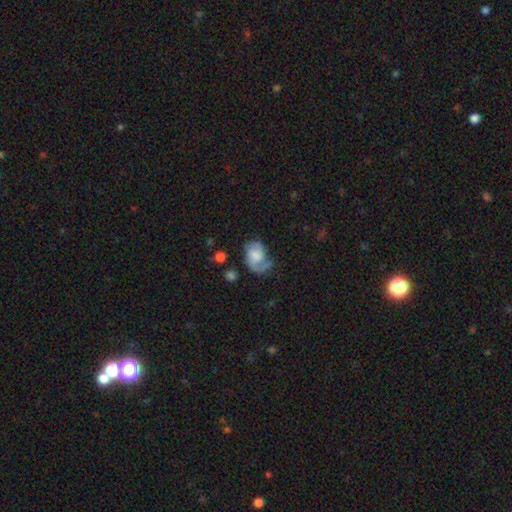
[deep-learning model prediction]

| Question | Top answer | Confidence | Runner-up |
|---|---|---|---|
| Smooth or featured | featured or disk | 58% | smooth (34%) |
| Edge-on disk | no | 97% | yes (3%) |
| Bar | no | 60% | weak (33%) |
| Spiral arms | yes | 87% | no (13%) |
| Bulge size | moderate | 30% | large (24%) |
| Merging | none | 39% | major disturbance (30%) |